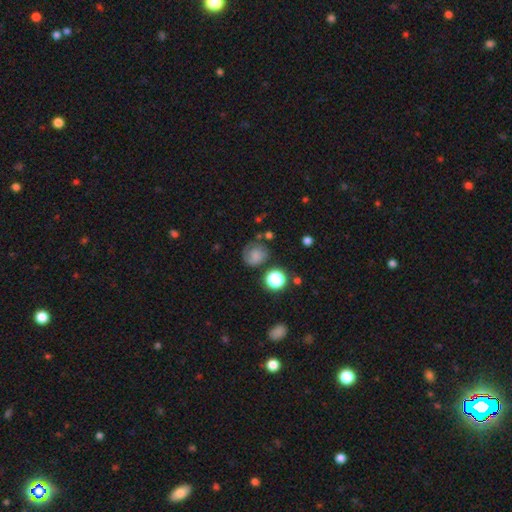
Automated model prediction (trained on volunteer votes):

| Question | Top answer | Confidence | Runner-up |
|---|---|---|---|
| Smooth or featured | smooth | 59% | featured or disk (26%) |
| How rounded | round | 78% | in between (21%) |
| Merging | none | 58% | minor disturbance (23%) |